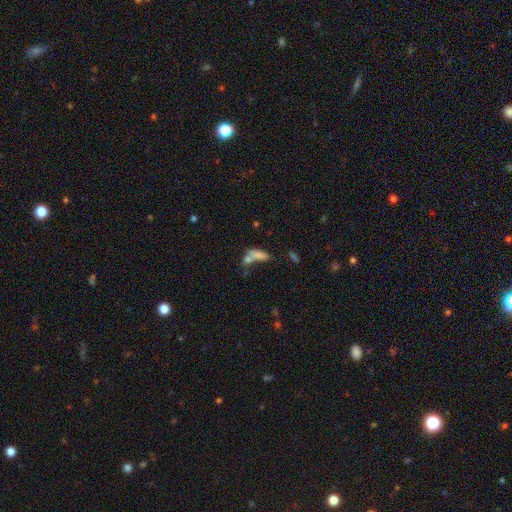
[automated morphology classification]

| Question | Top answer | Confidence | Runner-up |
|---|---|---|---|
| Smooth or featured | smooth | 70% | featured or disk (17%) |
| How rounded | in between | 72% | cigar-shaped (22%) |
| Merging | merger | 50% | none (26%) |